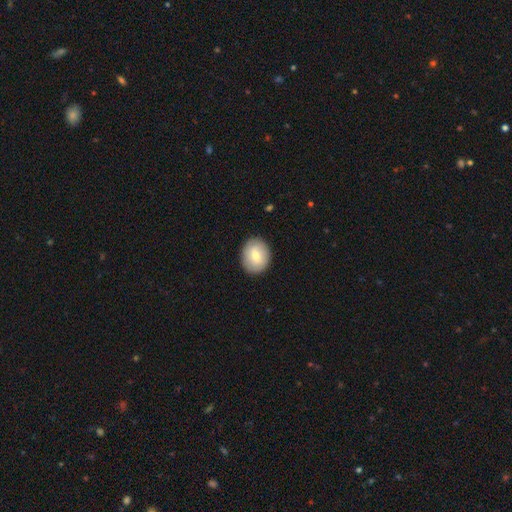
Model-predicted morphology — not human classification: smooth_or_featured: smooth (p=0.73) [alt: featured or disk p=0.20]
how_rounded: round (p=0.55) [alt: in between p=0.44]
merging: none (p=0.89) [alt: minor disturbance p=0.08]